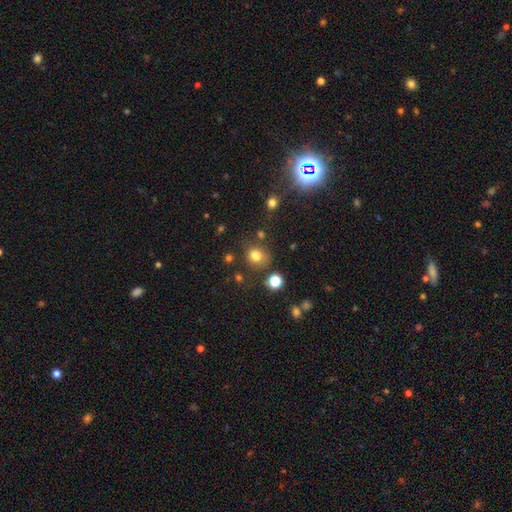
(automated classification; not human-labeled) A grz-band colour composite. It shows a smooth galaxy with no disk features (78%) that is round (78%). Merging: none (73%).